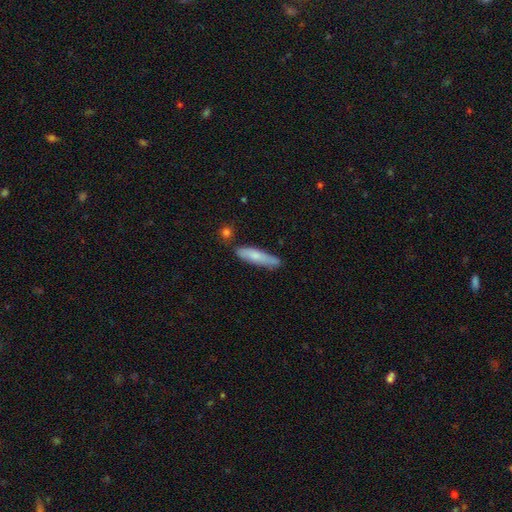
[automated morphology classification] Smooth or featured? smooth (72%)
How rounded? cigar-shaped (78%)
Merging? none (72%)